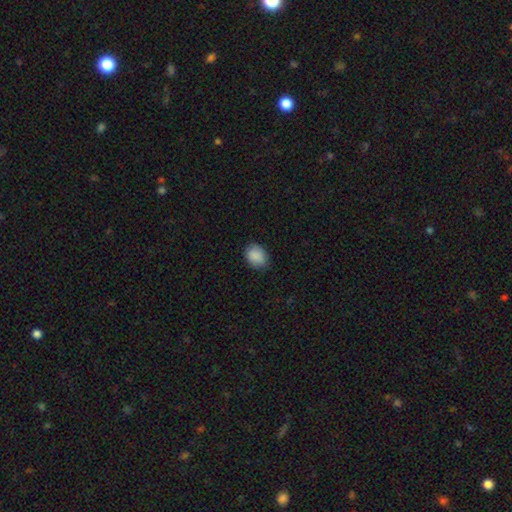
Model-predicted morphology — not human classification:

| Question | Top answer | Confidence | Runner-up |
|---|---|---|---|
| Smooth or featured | smooth | 89% | star or artifact (8%) |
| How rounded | in between | 59% | round (40%) |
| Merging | none | 82% | minor disturbance (15%) |